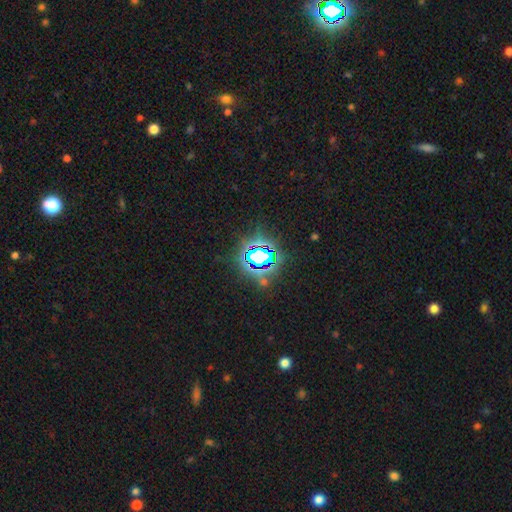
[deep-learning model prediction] Overall: star or artifact (79%).